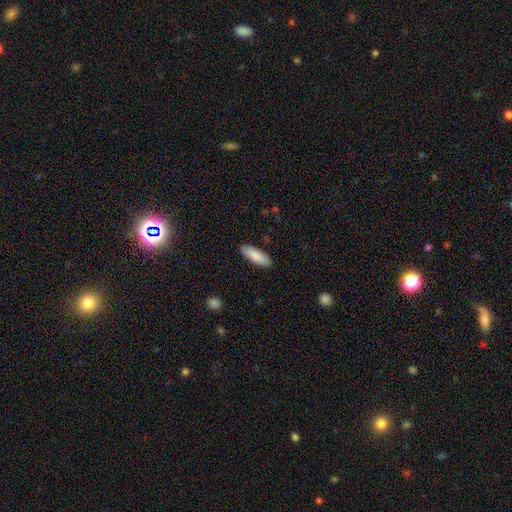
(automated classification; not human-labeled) A smooth galaxy with no disk features (88%) that is in between round and cigar-shaped (56%). Merging: none (89%).